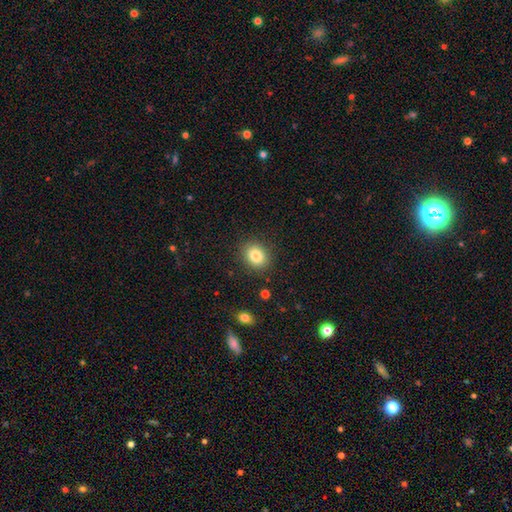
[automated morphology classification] smooth-or-featured: smooth: 84% | star or artifact: 10% | featured or disk: 7%
  how-rounded: round: 54% | in between: 45% | cigar-shaped: 1%
  merging: none: 87% | minor disturbance: 8% | major disturbance: 3% | merger: 1%